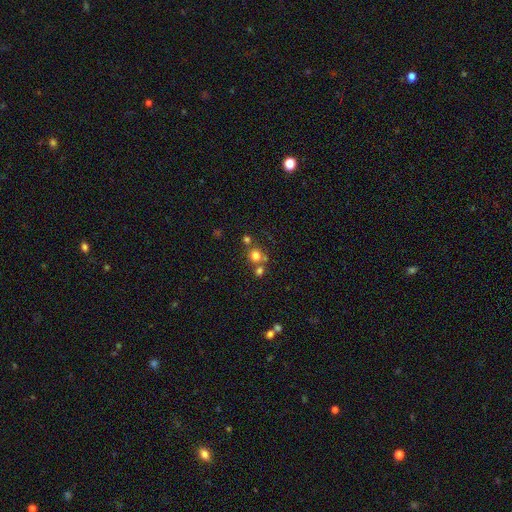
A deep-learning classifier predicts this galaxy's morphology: smooth_or_featured: smooth (p=0.73) [alt: star or artifact p=0.17]
how_rounded: round (p=0.86) [alt: in between p=0.13]
merging: none (p=0.60) [alt: merger p=0.29]